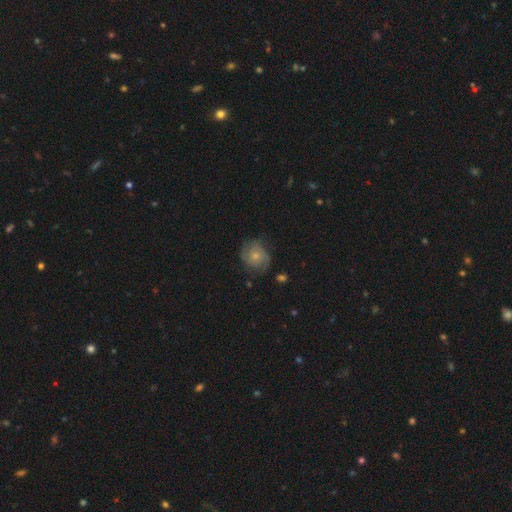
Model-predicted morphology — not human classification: type=featured or disk (55%); edge-on=no (98%); bar=no (80%); spiral arms=yes (85%); bulge=small (50%); merging=none (67%).